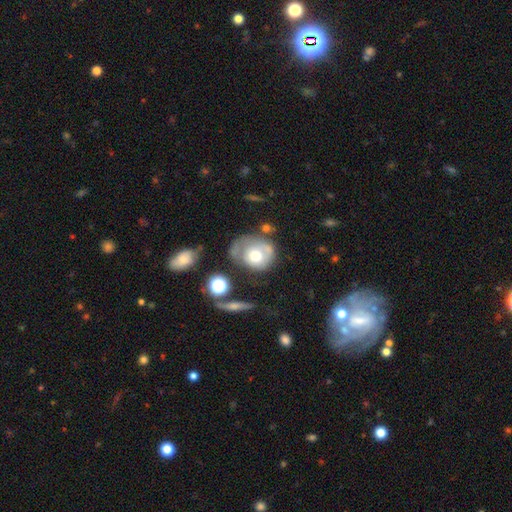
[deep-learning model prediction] Smooth or featured? smooth (52%)
How rounded? round (62%)
Merging? none (35%)